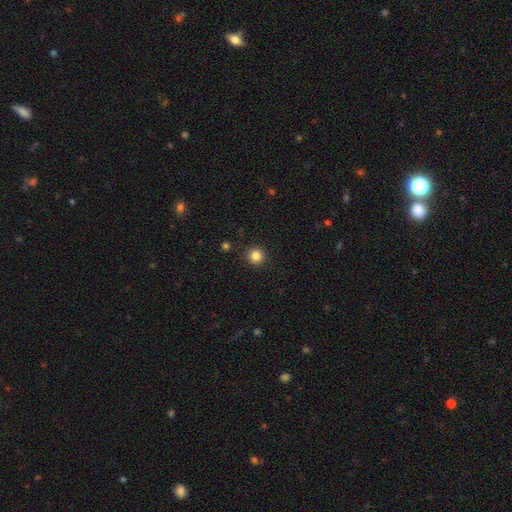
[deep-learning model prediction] smooth 84%, star or artifact 12%, featured or disk 5%. Down the decision tree: how rounded — round (95%); merging — none (91%).